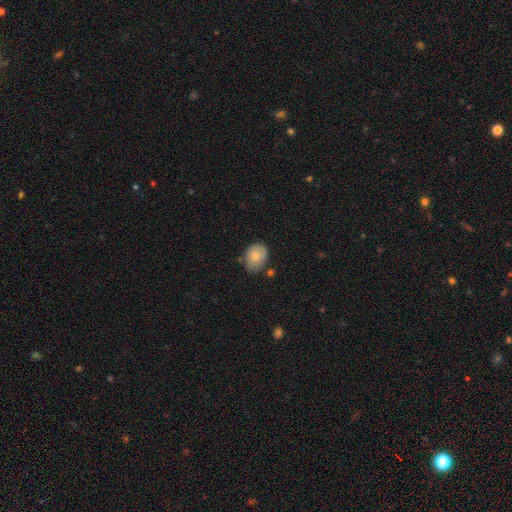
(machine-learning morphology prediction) Q: Smooth or featured?
A: smooth (81%); runner-up: featured or disk (11%)
Q: How rounded?
A: in between (62%); runner-up: round (37%)
Q: Merging?
A: none (64%); runner-up: minor disturbance (27%)